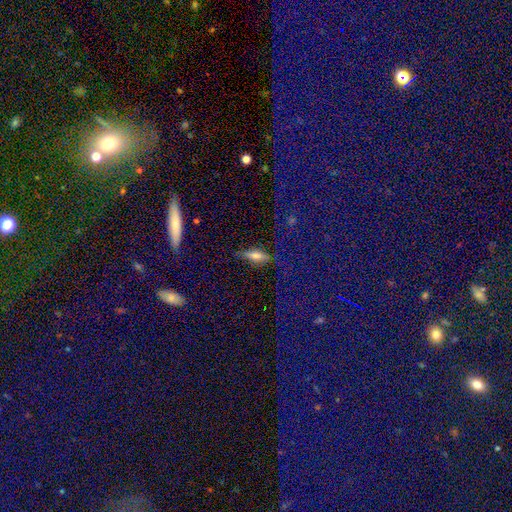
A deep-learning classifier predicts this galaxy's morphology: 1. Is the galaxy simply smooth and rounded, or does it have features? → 58% smooth, 28% featured or disk, 14% star or artifact.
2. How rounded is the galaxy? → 56% in between, 39% cigar-shaped, 5% round.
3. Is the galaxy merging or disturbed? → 70% none, 20% minor disturbance, 7% major disturbance, 3% merger.